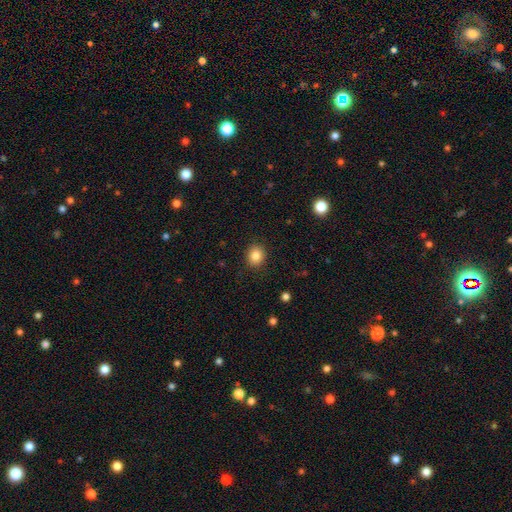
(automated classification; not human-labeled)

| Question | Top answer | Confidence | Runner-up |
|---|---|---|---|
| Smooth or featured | smooth | 85% | star or artifact (10%) |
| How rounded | round | 65% | in between (34%) |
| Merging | none | 89% | minor disturbance (7%) |